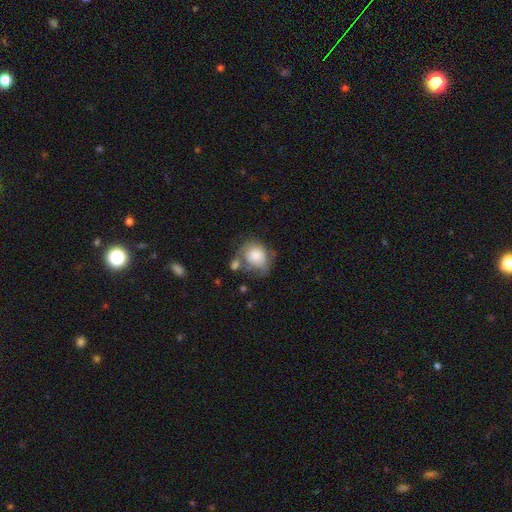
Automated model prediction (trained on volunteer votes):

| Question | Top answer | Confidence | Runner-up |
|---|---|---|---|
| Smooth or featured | smooth | 71% | featured or disk (22%) |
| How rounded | round | 60% | in between (39%) |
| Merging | none | 34% | minor disturbance (26%) |